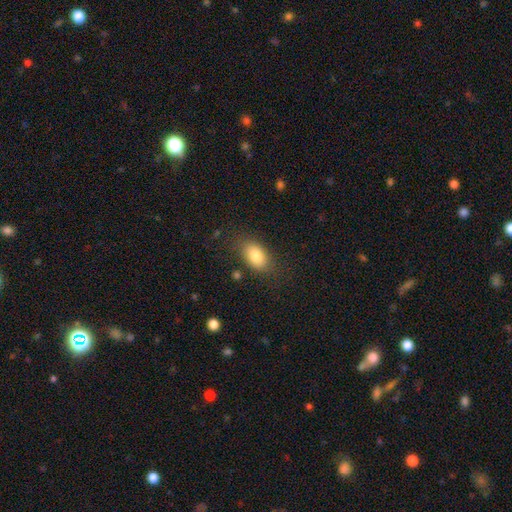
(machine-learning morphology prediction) This appears to be a smooth galaxy with no disk features (83%) that is in between round and cigar-shaped (89%). Merging: none (80%).